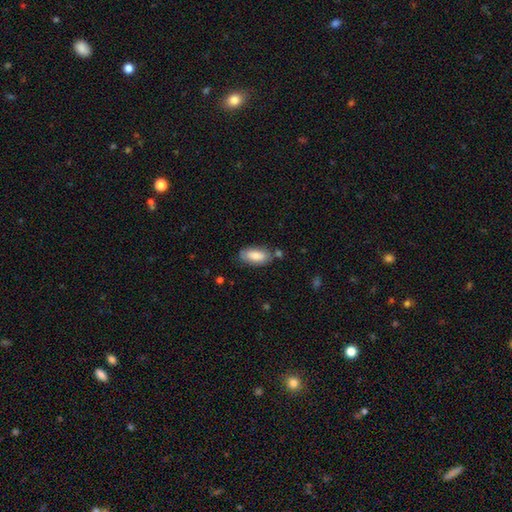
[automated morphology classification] smooth 83%, featured or disk 11%, star or artifact 6%. Down the decision tree: how rounded — in between (90%); merging — none (71%).